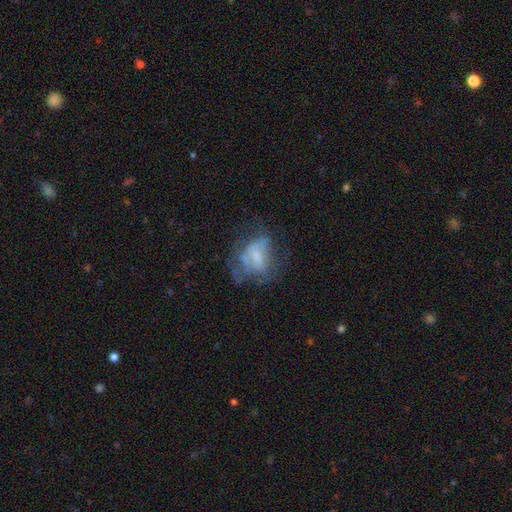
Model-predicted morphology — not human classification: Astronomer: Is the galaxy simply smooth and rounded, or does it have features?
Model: featured or disk — 49% (runner-up: smooth, 36%).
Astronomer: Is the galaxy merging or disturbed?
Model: major disturbance — 39% (runner-up: none, 35%).